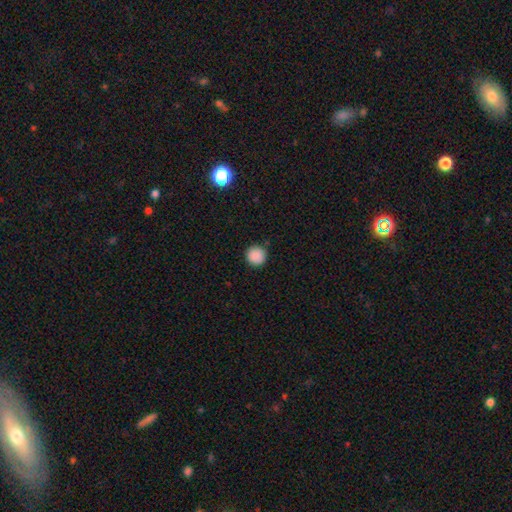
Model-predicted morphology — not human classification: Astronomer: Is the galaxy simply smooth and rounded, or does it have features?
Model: smooth — 89%.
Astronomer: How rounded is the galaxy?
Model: round — 96%.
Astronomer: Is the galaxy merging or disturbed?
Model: none — 91%.